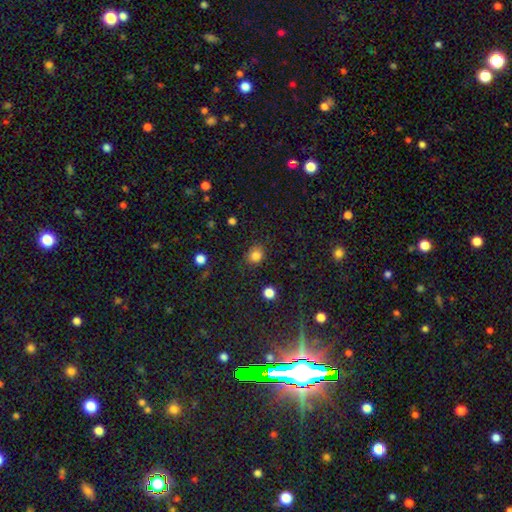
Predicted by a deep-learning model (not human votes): This appears to be a smooth galaxy with no disk features (82%) that is round (72%). Merging: none (81%).